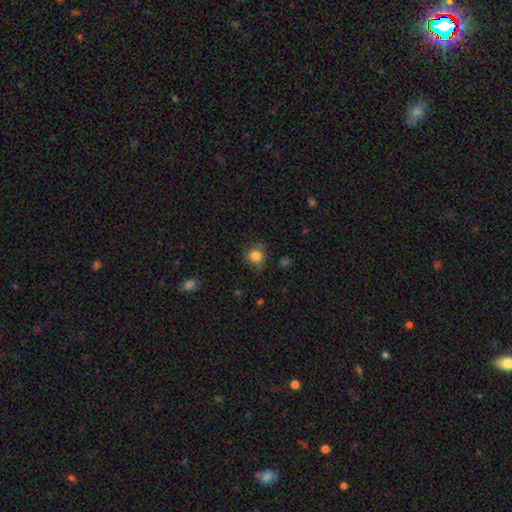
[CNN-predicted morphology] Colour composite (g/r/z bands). It shows a smooth galaxy with no disk features (82%) that is round (80%). Merging: none (69%).